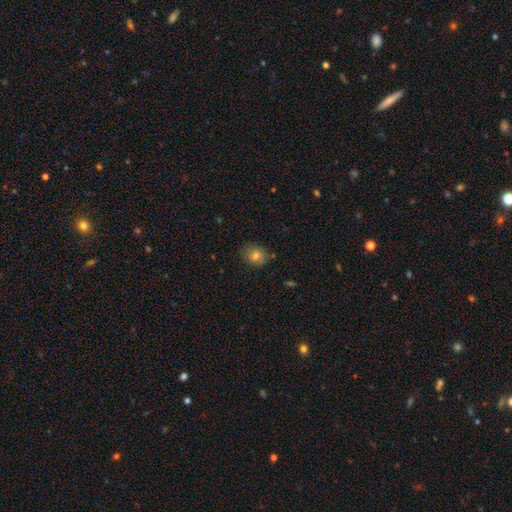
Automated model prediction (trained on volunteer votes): smooth 78%, featured or disk 12%, star or artifact 11%. Down the decision tree: how rounded — round (62%); merging — none (76%).